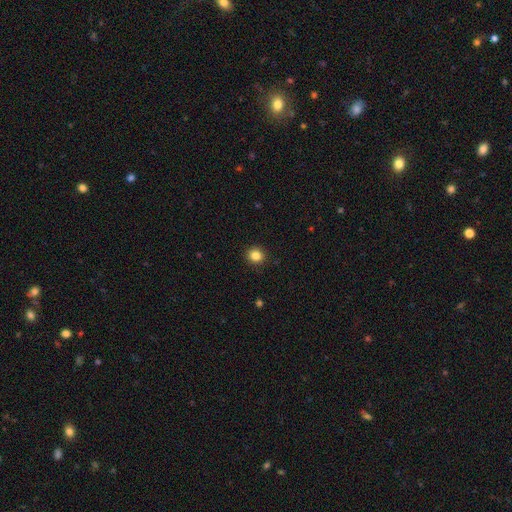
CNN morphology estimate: Q: Smooth or featured?
A: smooth (84%); runner-up: star or artifact (12%)
Q: How rounded?
A: round (90%); runner-up: in between (9%)
Q: Merging?
A: none (92%); runner-up: minor disturbance (6%)